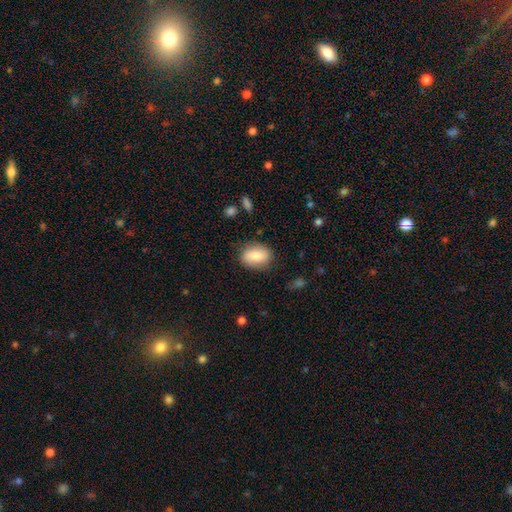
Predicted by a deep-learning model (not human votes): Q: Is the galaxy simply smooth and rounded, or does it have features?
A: smooth — 77%.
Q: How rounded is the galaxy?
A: in between — 81%.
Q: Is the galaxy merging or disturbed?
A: none — 80%.